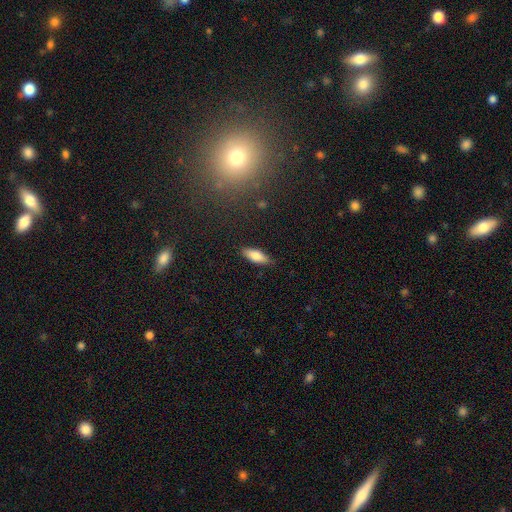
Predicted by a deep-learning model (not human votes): Q: Smooth or featured?
A: smooth (80%); runner-up: featured or disk (13%)
Q: How rounded?
A: in between (68%); runner-up: cigar-shaped (30%)
Q: Merging?
A: none (85%); runner-up: minor disturbance (11%)